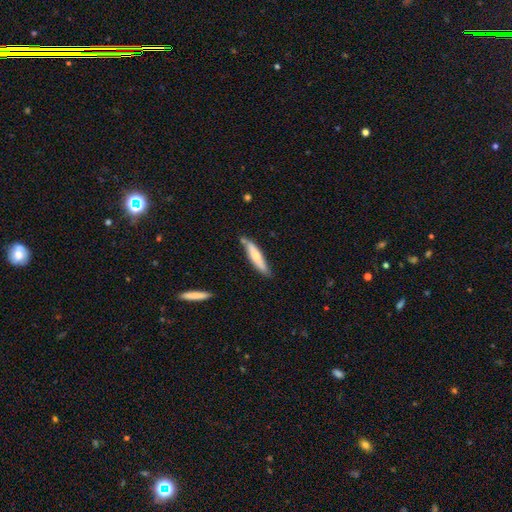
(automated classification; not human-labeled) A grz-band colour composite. It shows a smooth galaxy with no disk features (61%) that is cigar-shaped (84%). Merging: none (71%).